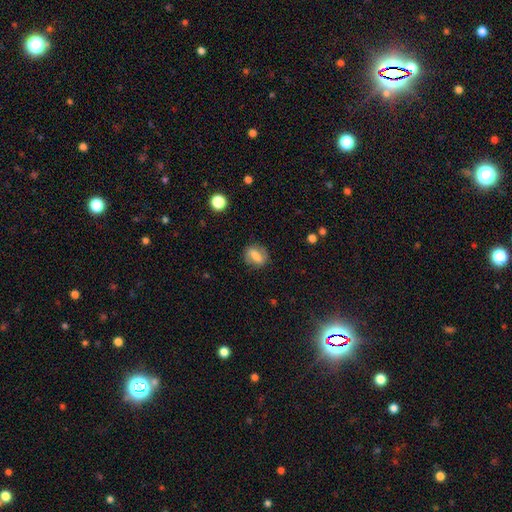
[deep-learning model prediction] Smooth or featured: smooth — 64% (featured or disk — 27%)
How rounded: in between — 60% (round — 34%)
Merging: none — 81% (minor disturbance — 14%)